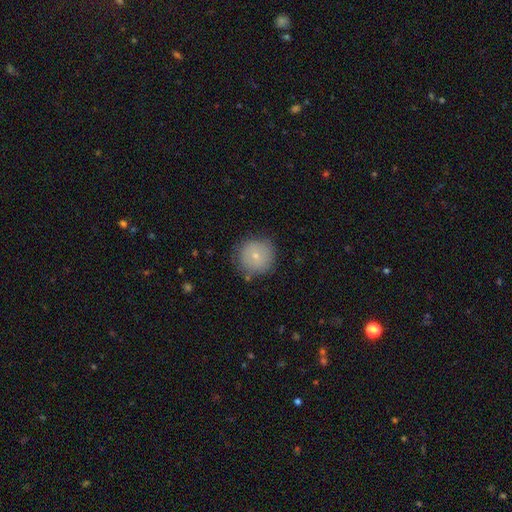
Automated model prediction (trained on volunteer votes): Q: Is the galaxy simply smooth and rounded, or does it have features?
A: smooth — 72%.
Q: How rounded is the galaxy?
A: round — 94%.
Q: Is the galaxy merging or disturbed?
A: none — 79%.